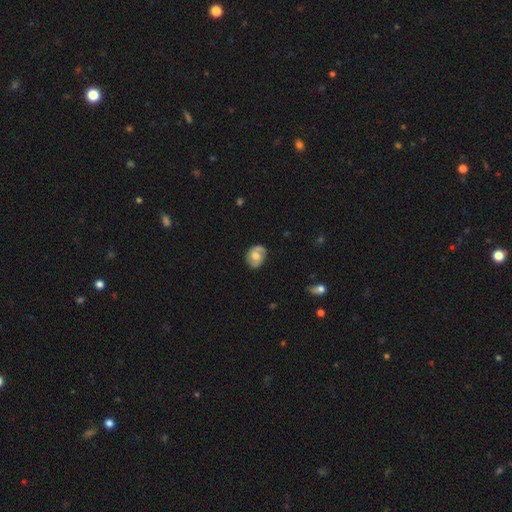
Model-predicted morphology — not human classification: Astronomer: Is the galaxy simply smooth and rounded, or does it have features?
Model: featured or disk — 53% (runner-up: smooth, 40%).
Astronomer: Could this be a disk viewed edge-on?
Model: no — 97%.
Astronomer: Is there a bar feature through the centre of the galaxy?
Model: no — 56% (runner-up: weak, 36%).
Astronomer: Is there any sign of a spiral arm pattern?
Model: yes — 82%.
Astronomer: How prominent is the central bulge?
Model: moderate — 66%.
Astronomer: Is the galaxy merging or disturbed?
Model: none — 73%.